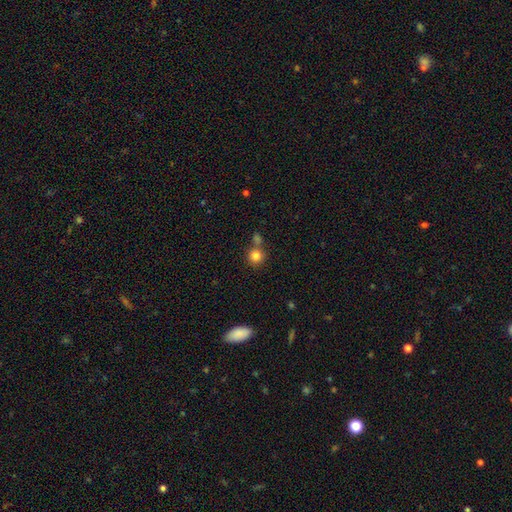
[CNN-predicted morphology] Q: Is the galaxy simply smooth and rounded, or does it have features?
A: smooth — 82%.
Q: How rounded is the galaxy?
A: round — 92%.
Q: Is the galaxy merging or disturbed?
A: none — 67%.